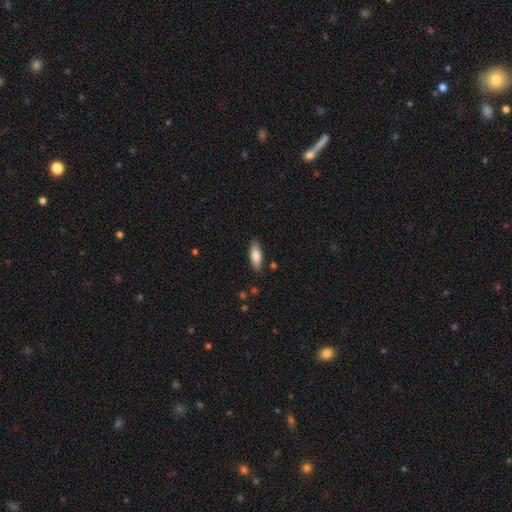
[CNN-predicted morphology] A smooth galaxy with no disk features (82%) that is in between round and cigar-shaped (70%). Merging: none (85%).